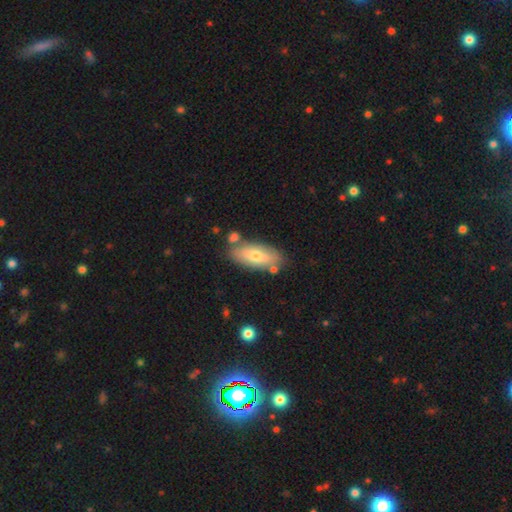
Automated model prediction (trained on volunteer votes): Smooth or featured: smooth — 61% (featured or disk — 33%)
How rounded: in between — 75% (cigar-shaped — 23%)
Merging: none — 77% (minor disturbance — 13%)